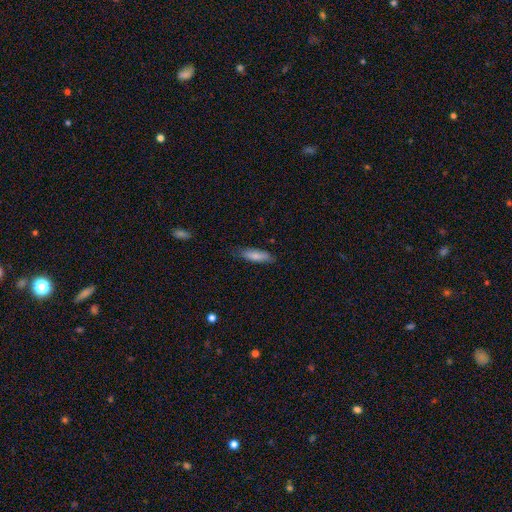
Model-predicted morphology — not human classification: smooth 79%, featured or disk 15%, star or artifact 6%. Down the decision tree: how rounded — cigar-shaped (53%); merging — none (78%).